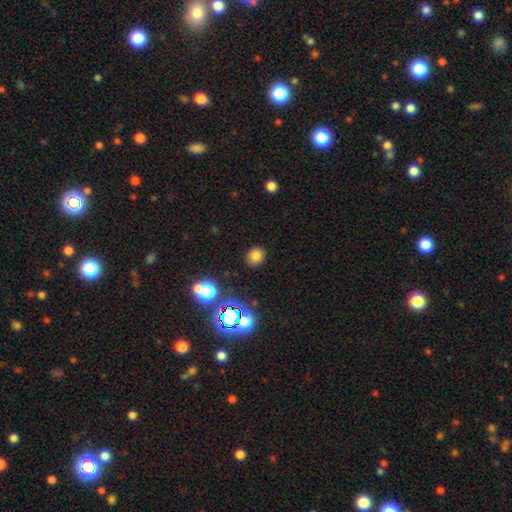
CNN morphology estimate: Overall: smooth (75%). How rounded: round (73%). Merging: none (87%).